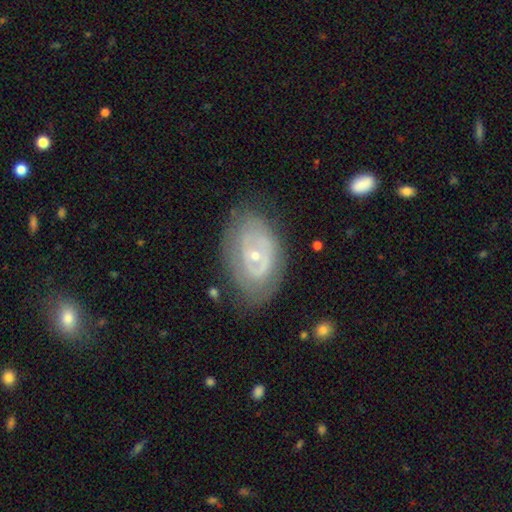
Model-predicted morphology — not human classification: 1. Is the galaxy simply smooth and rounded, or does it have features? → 74% featured or disk, 20% smooth, 6% star or artifact.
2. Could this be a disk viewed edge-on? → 95% no, 5% yes.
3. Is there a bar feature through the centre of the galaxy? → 72% no, 22% weak, 7% strong.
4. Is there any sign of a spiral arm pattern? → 53% yes, 47% no.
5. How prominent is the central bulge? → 65% small, 31% moderate, 1% large, 1% none, 1% dominant.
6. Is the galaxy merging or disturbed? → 71% none, 19% minor disturbance, 9% major disturbance, 2% merger.